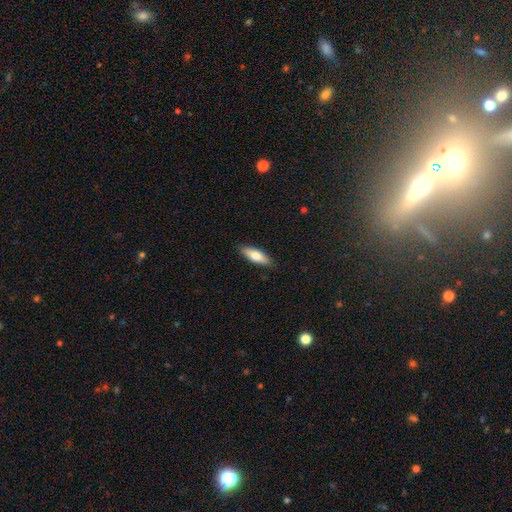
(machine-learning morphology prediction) Overall: smooth (74%). How rounded: in between (58%; cigar-shaped 40%). Merging: none (88%).